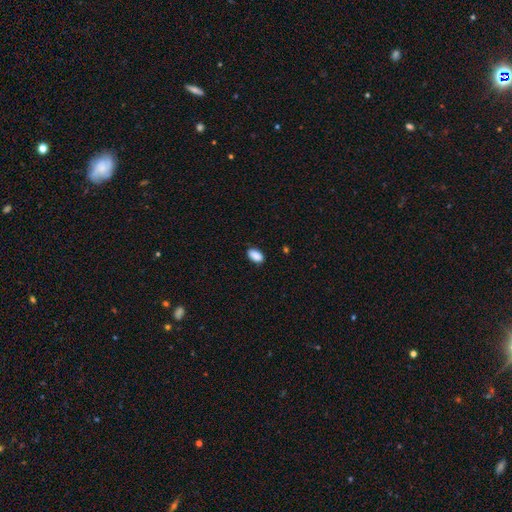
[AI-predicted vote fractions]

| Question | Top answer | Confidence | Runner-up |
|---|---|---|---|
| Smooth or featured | smooth | 90% | star or artifact (7%) |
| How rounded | in between | 93% | round (4%) |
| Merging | none | 85% | minor disturbance (12%) |